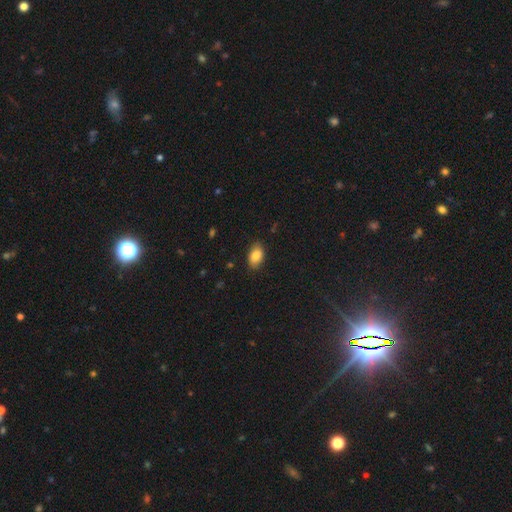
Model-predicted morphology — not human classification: Q: Smooth or featured?
A: smooth (86%); runner-up: star or artifact (7%)
Q: How rounded?
A: in between (90%); runner-up: round (8%)
Q: Merging?
A: none (84%); runner-up: minor disturbance (12%)